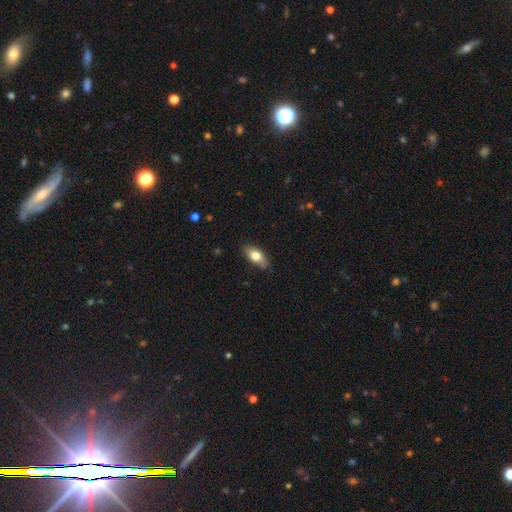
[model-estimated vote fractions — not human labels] A smooth galaxy with no disk features (78%) that is in between round and cigar-shaped (88%). Merging: none (78%).